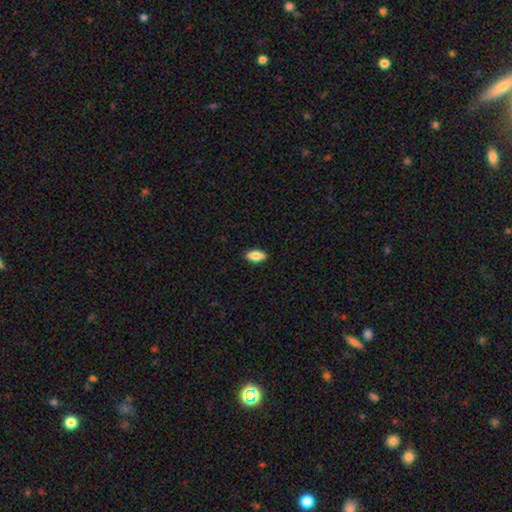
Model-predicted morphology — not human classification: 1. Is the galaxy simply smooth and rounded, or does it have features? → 81% smooth, 12% featured or disk, 7% star or artifact.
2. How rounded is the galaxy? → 86% in between, 11% cigar-shaped, 3% round.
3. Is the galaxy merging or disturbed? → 89% none, 8% minor disturbance, 2% major disturbance, 1% merger.